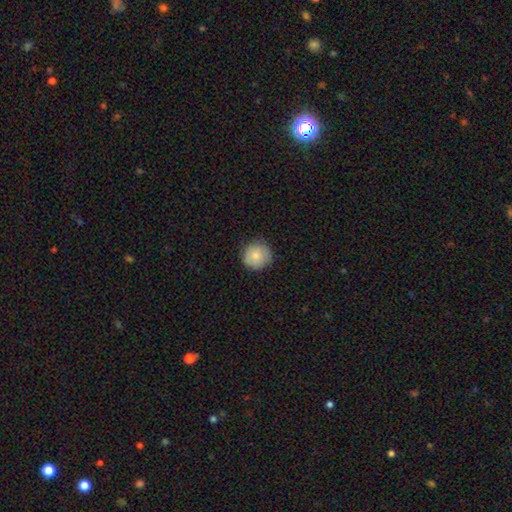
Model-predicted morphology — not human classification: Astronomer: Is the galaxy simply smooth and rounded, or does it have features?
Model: smooth — 81%.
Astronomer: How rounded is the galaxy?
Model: round — 93%.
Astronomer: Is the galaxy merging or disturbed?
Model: none — 84%.